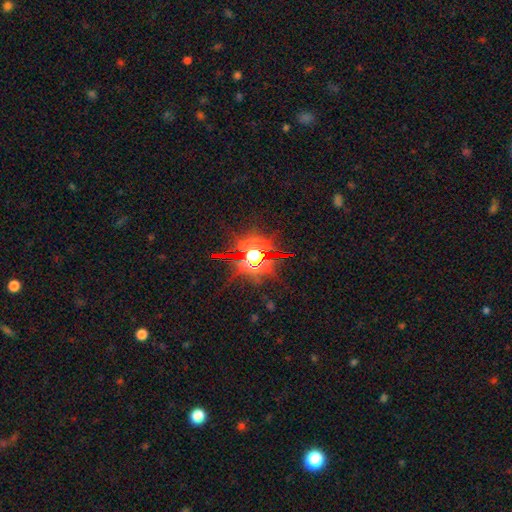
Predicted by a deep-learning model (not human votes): Morphology: type=star or artifact (81%).